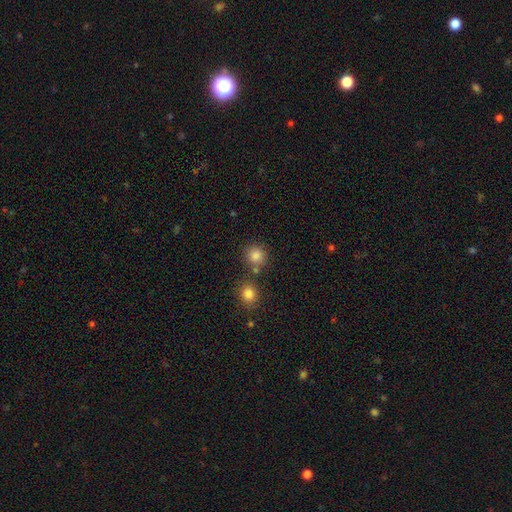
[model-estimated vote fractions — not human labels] Smooth or featured: smooth — 83% (star or artifact — 12%)
How rounded: round — 90% (in between — 9%)
Merging: none — 75% (merger — 14%)